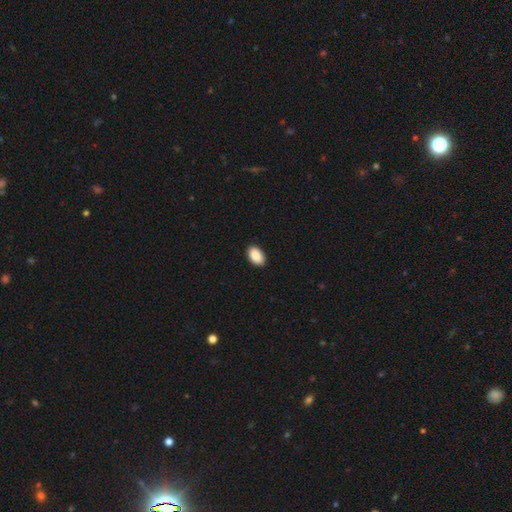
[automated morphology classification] smooth 90%, star or artifact 6%, featured or disk 3%. Down the decision tree: how rounded — in between (94%); merging — none (90%).